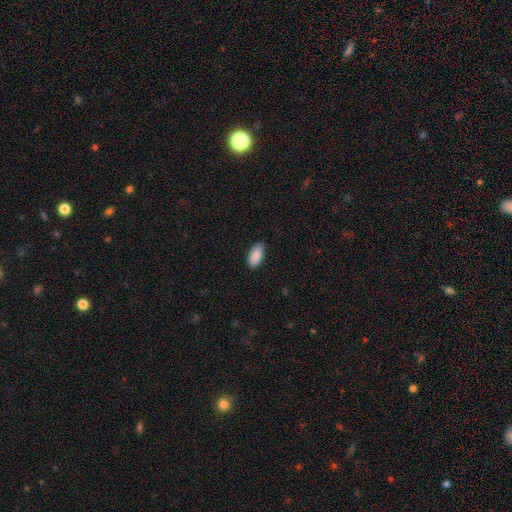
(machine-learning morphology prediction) Smooth or featured: smooth — 90% (star or artifact — 6%)
How rounded: in between — 93% (cigar-shaped — 5%)
Merging: none — 87% (minor disturbance — 10%)